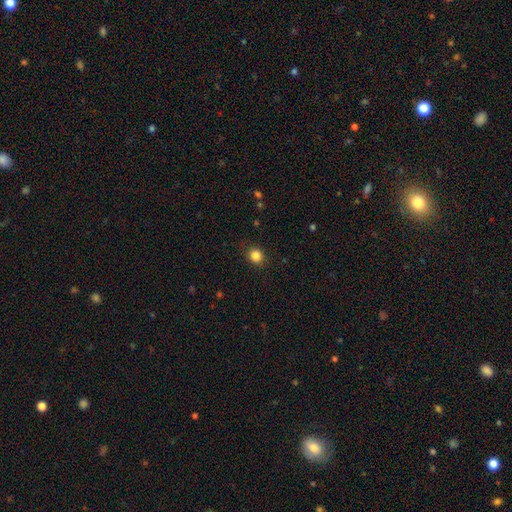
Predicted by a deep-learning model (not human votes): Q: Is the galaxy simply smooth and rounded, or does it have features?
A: smooth — 85%.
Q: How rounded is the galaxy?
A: round — 74%.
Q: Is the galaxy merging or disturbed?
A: none — 88%.